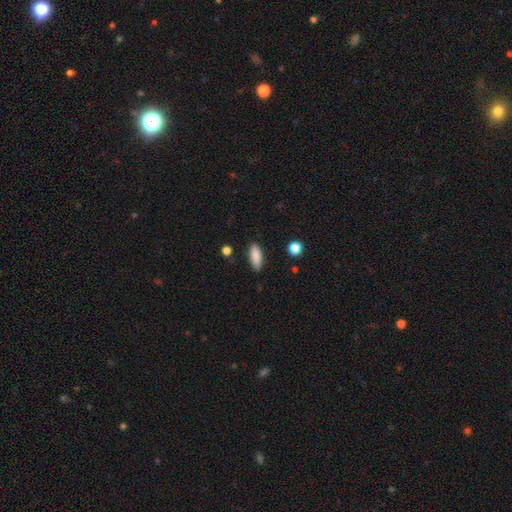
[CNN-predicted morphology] Q: Smooth or featured?
A: smooth (87%); runner-up: star or artifact (7%)
Q: How rounded?
A: in between (69%); runner-up: cigar-shaped (29%)
Q: Merging?
A: none (84%); runner-up: minor disturbance (12%)